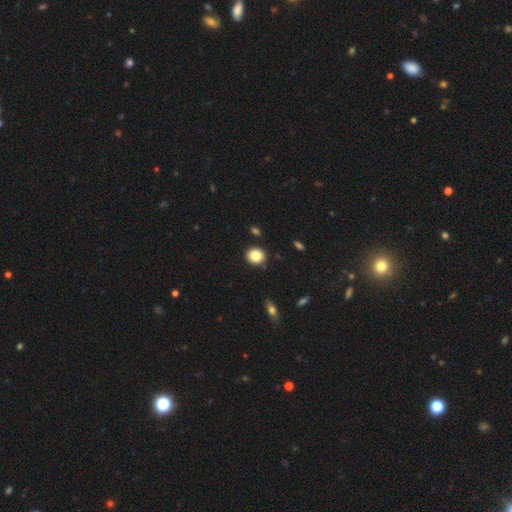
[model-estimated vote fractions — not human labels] The model was most divided on "how rounded": round: 83%, in between: 16%, cigar-shaped: 1%. More confident: merging — none (88%); smooth or featured — smooth (84%).